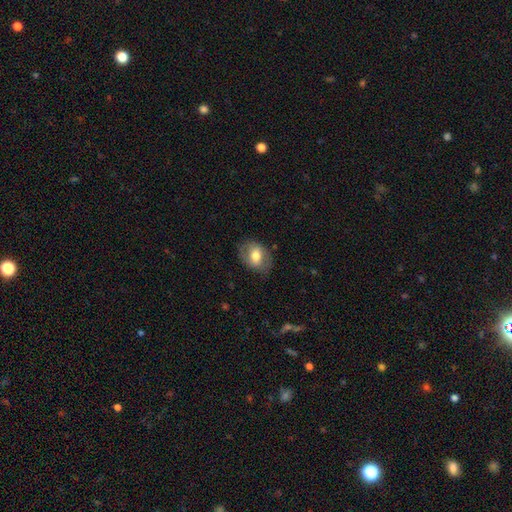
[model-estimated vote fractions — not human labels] Smooth or featured? smooth (61%)
How rounded? in between (67%)
Merging? none (76%)